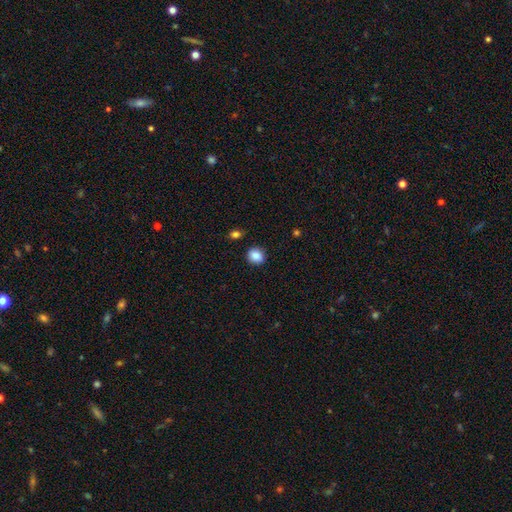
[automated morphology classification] A smooth galaxy with no disk features (87%) that is round (77%).

Vote fractions:
- Smooth or featured? smooth: 87% / star or artifact: 9% / featured or disk: 4%
- How rounded? round: 77% / in between: 22% / cigar-shaped: 1%
- Merging? none: 89% / minor disturbance: 7% / major disturbance: 2% / merger: 2%